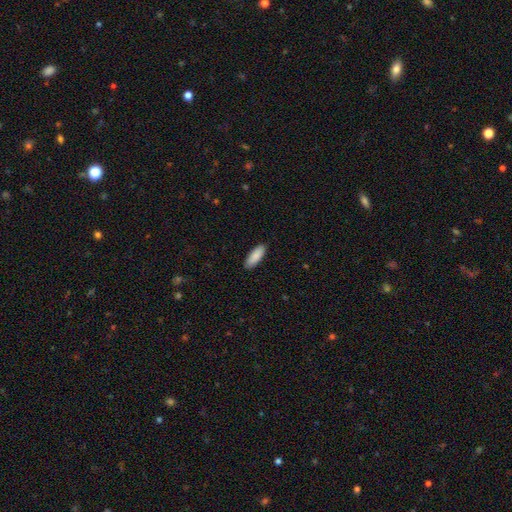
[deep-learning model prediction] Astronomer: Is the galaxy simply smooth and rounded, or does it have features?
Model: smooth — 90%.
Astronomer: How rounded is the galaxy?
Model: in between — 70%.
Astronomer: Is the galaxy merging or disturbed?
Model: none — 90%.